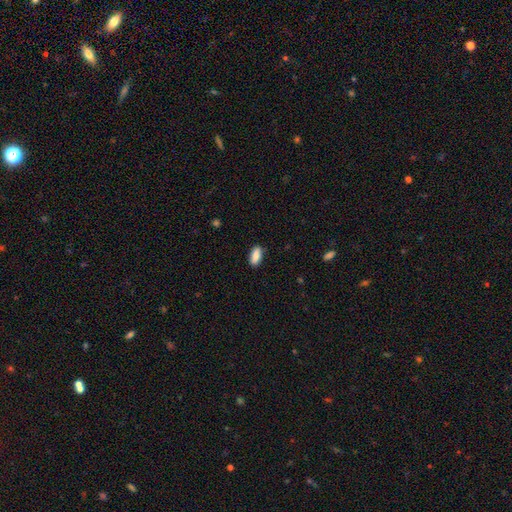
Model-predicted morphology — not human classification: A smooth galaxy with no disk features (88%) that is in between round and cigar-shaped (84%). Merging: none (87%).